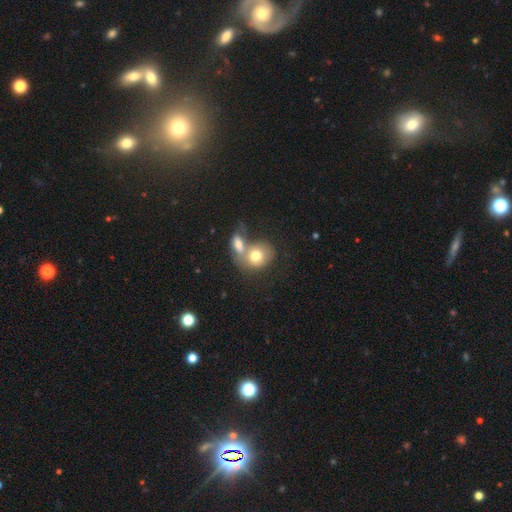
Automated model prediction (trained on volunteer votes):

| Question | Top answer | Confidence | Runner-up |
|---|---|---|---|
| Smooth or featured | smooth | 70% | featured or disk (22%) |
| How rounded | round | 58% | in between (41%) |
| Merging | merger | 67% | none (20%) |